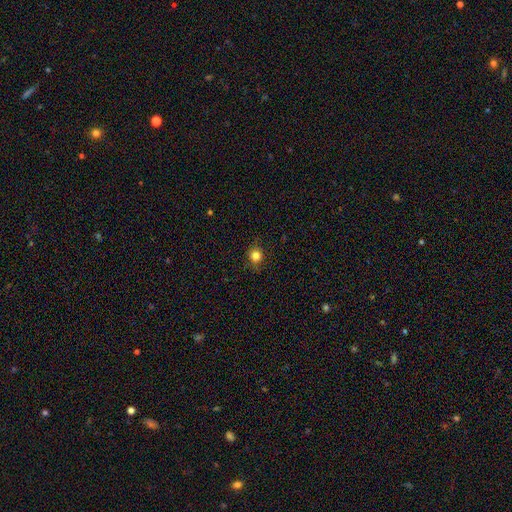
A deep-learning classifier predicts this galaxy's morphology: smooth 80%, star or artifact 13%, featured or disk 6%. Down the decision tree: how rounded — round (86%); merging — none (85%).